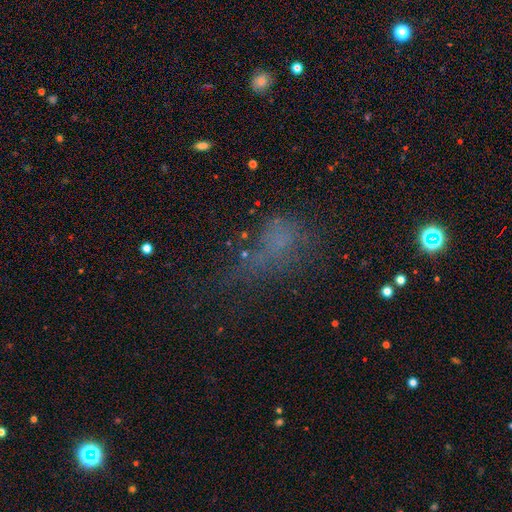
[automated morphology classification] type=smooth (41%); merging=none (40%).